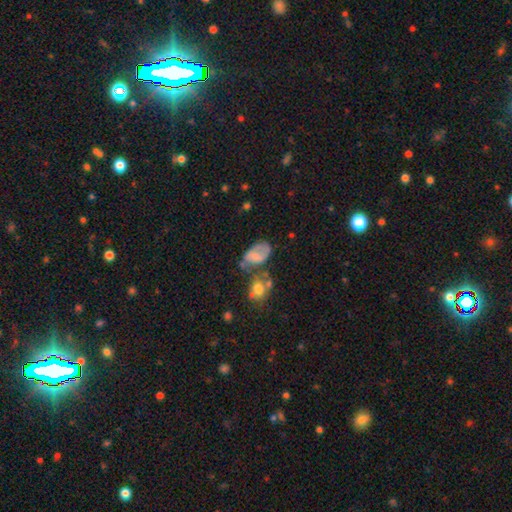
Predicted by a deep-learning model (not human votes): smooth-or-featured: smooth: 55% | featured or disk: 34% | star or artifact: 10%
  how-rounded: in between: 87% | round: 12% | cigar-shaped: 2%
  merging: none: 27% | minor disturbance: 25% | merger: 25% | major disturbance: 23%